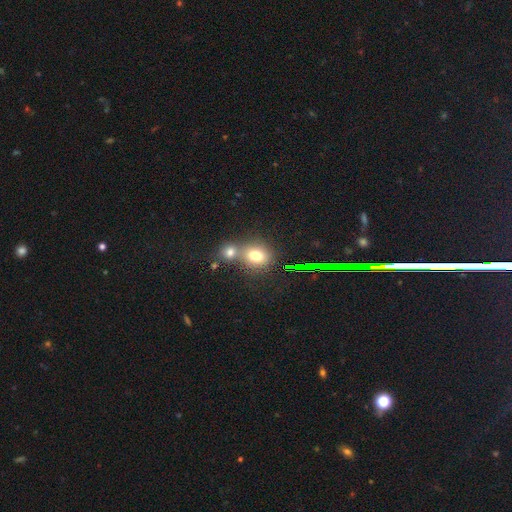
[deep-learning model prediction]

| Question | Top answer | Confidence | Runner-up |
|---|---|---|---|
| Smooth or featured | smooth | 74% | star or artifact (16%) |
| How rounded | round | 62% | in between (36%) |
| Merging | none | 44% | merger (43%) |